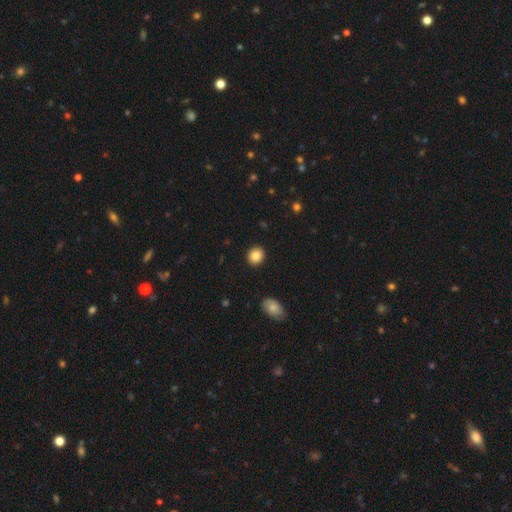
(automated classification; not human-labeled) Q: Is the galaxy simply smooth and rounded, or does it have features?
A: smooth — 85%.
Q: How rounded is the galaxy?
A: round — 81%.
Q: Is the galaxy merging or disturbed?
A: none — 92%.